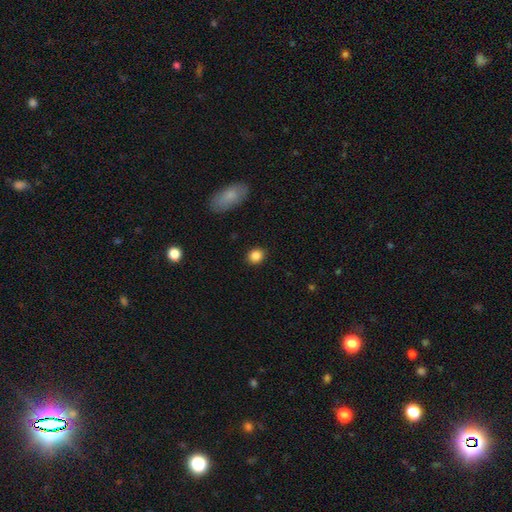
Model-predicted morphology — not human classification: Smooth or featured?
  - smooth: 86% *
  - star or artifact: 10%
  - featured or disk: 4%
How rounded?
  - round: 66% *
  - in between: 33%
  - cigar-shaped: 1%
Merging?
  - none: 88% *
  - minor disturbance: 8%
  - major disturbance: 2%
  - merger: 1%